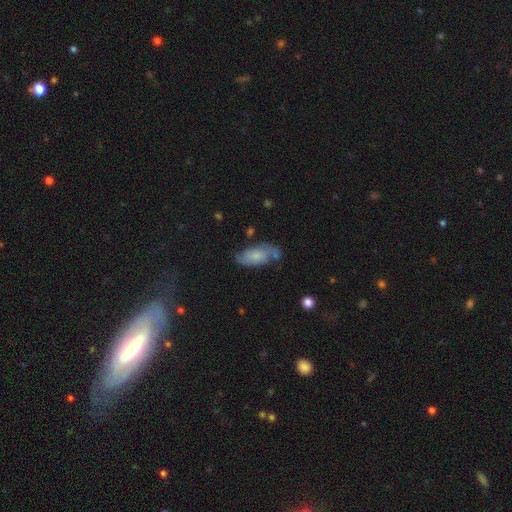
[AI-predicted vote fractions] Smooth or featured? Predicted: smooth (p=0.52). How rounded? Predicted: in between (p=0.87). Merging? Predicted: none (p=0.62).